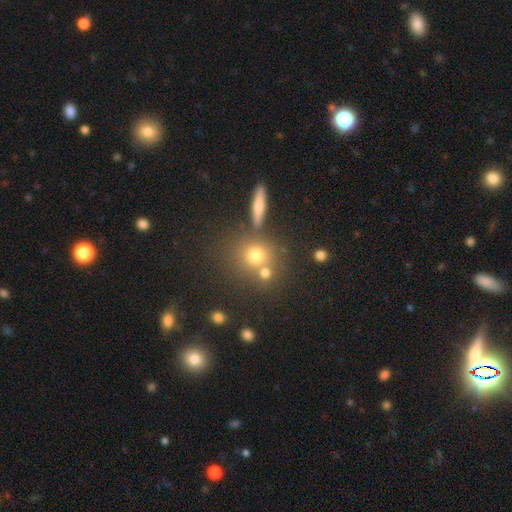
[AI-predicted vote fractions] Overall: smooth (69%). How rounded: round (83%). Merging: none (62%; merger 23%).